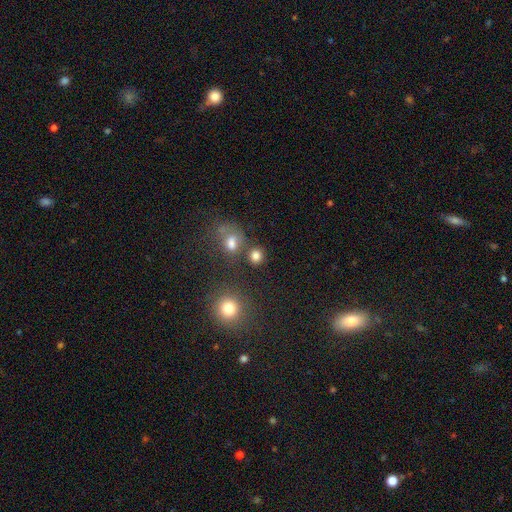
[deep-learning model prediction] Overall: smooth (80%). How rounded: round (82%). Merging: none (72%).